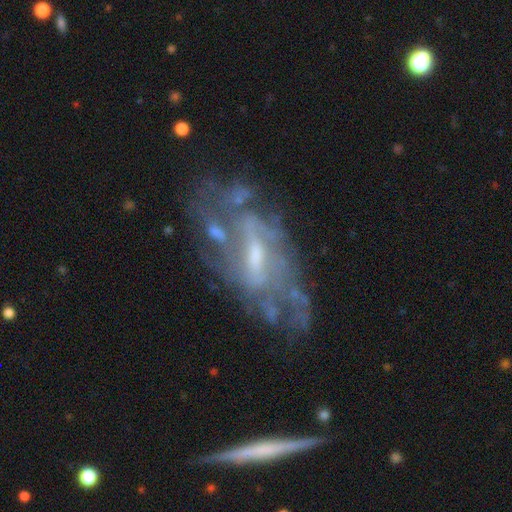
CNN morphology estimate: Smooth or featured?
  - featured or disk: 80% *
  - smooth: 11%
  - star or artifact: 9%
Edge-on disk?
  - no: 89% *
  - yes: 11%
Bar?
  - weak: 46% *
  - strong: 29%
  - no: 25%
Spiral arms?
  - yes: 66% *
  - no: 34%
Bulge size?
  - small: 46% *
  - moderate: 39%
  - none: 10%
  - large: 4%
  - dominant: 1%
Merging?
  - none: 49% *
  - major disturbance: 22%
  - minor disturbance: 21%
  - merger: 8%